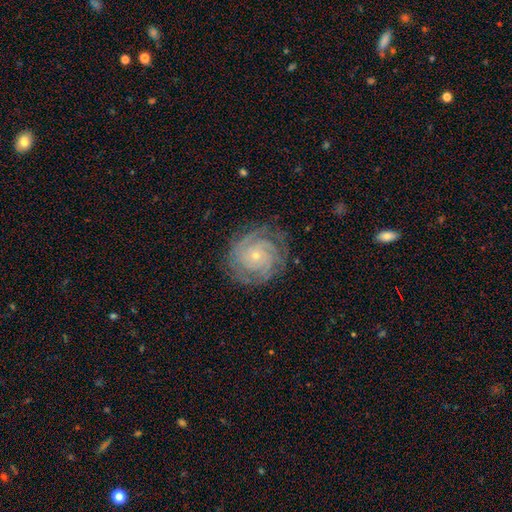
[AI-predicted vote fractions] Overall: featured or disk (87%). Edge-on disk: no (98%). Bar: no (79%). Spiral arms: yes (98%). Spiral arm count: 3 (26%; 4 23%). Spiral winding: tight (80%). Bulge size: small (79%). Merging: none (80%).